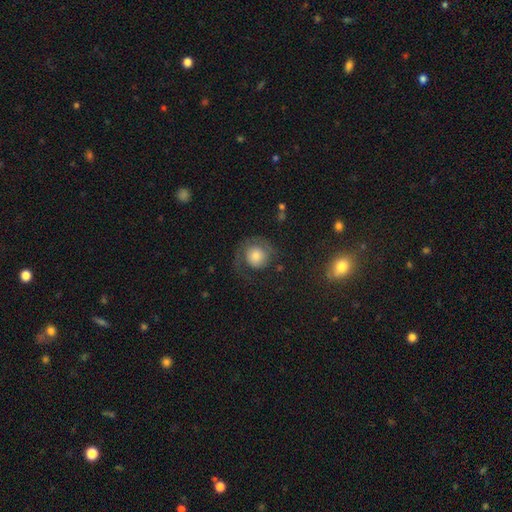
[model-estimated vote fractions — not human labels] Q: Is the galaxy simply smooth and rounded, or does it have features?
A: featured or disk — 49%.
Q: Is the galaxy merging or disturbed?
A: none — 54%.